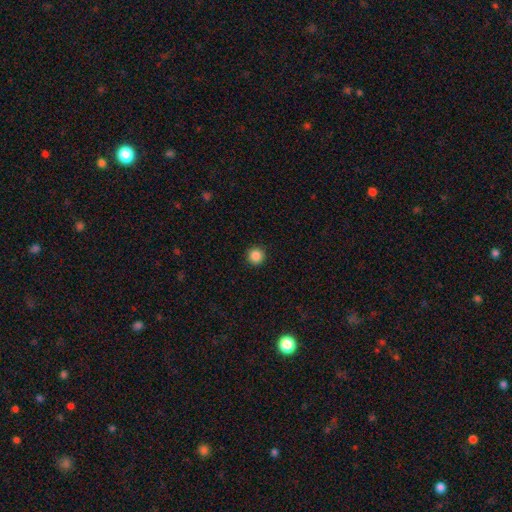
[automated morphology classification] Overall: smooth (87%). How rounded: round (96%). Merging: none (93%).